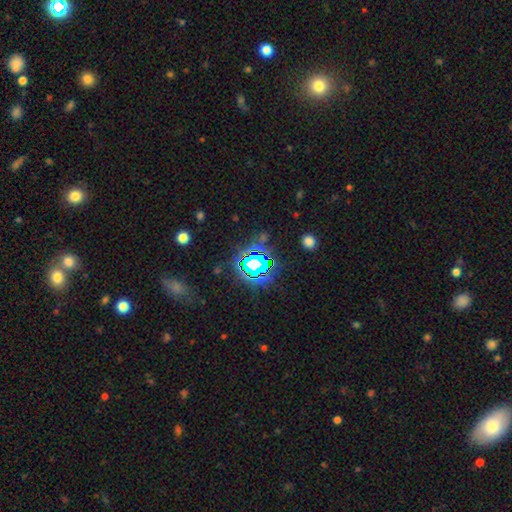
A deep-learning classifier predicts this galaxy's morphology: Q: Smooth or featured?
A: star or artifact (78%); runner-up: smooth (14%)